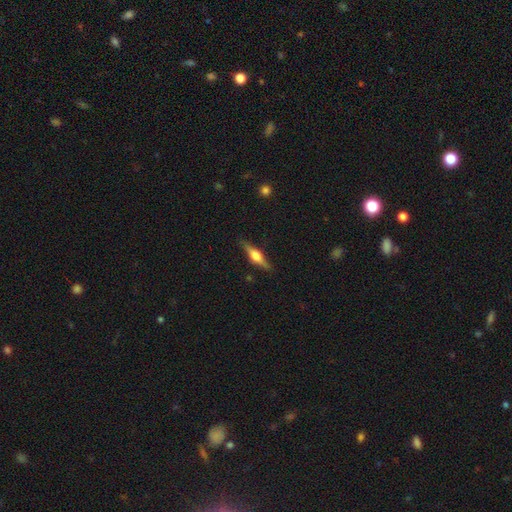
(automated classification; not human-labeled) Smooth or featured? Predicted: featured or disk (p=0.70). Edge-on disk? Predicted: yes (p=0.97). Edge-on bulge? Predicted: rounded (p=0.90). Merging? Predicted: none (p=0.86).